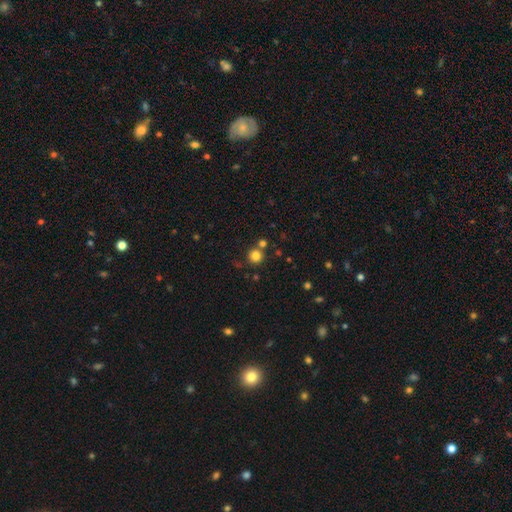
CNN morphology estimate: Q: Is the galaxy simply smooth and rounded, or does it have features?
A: smooth — 81%.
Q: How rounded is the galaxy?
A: round — 94%.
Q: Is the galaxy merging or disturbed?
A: none — 74%.